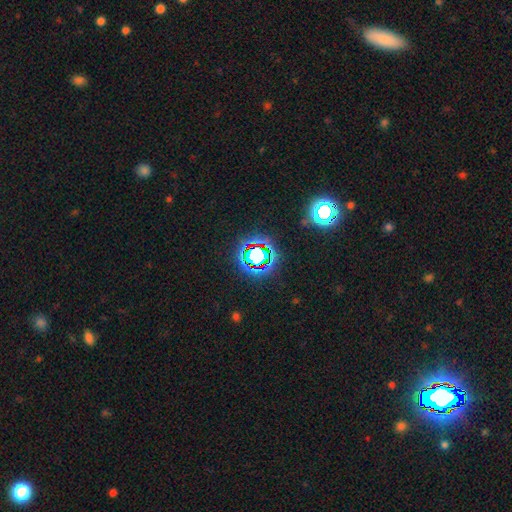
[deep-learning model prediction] Overall: star or artifact (68%).